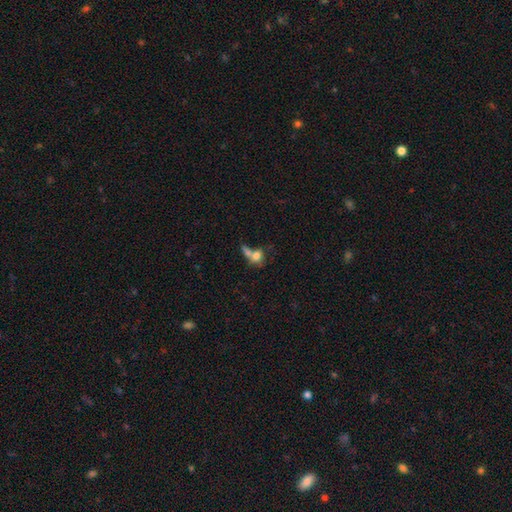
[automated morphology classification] Smooth or featured: smooth — 71% (featured or disk — 19%)
How rounded: round — 51% (in between — 45%)
Merging: merger — 54% (none — 24%)